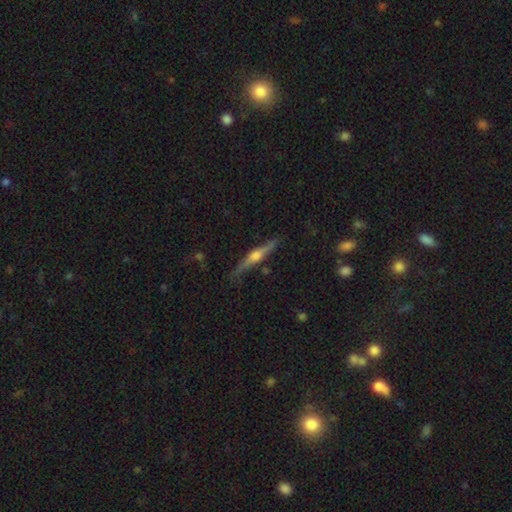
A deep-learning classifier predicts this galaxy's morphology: featured or disk 71%, smooth 23%, star or artifact 6%. Down the decision tree: edge-on disk — yes (97%); edge-on bulge — rounded (88%); merging — none (81%).